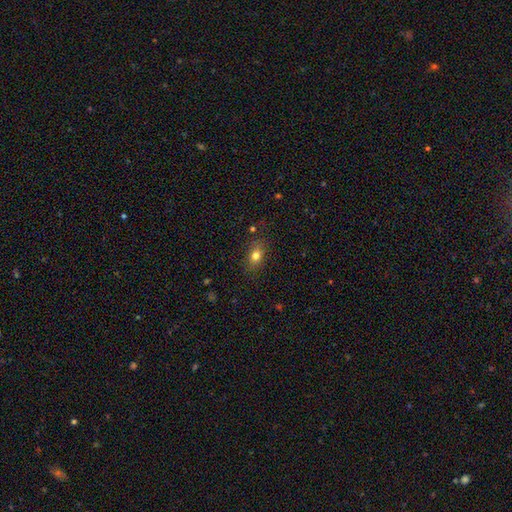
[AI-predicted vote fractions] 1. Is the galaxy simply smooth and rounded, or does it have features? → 76% smooth, 12% star or artifact, 11% featured or disk.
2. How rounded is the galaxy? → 67% in between, 29% round, 4% cigar-shaped.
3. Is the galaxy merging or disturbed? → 81% none, 13% minor disturbance, 4% major disturbance, 2% merger.